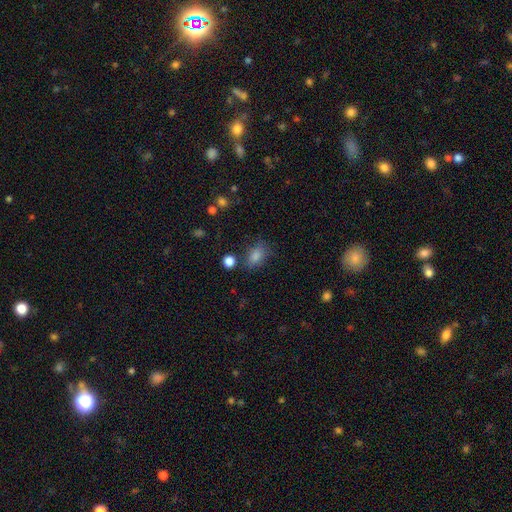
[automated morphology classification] Overall: smooth (79%). How rounded: in between (79%). Merging: none (74%).